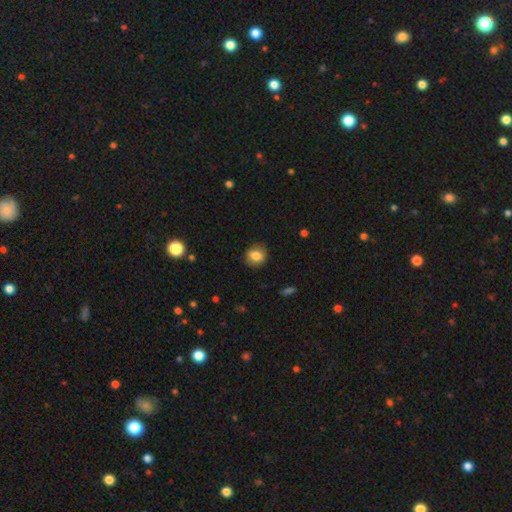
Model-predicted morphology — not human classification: smooth 80%, featured or disk 11%, star or artifact 9%. Down the decision tree: how rounded — round (69%); merging — none (87%).